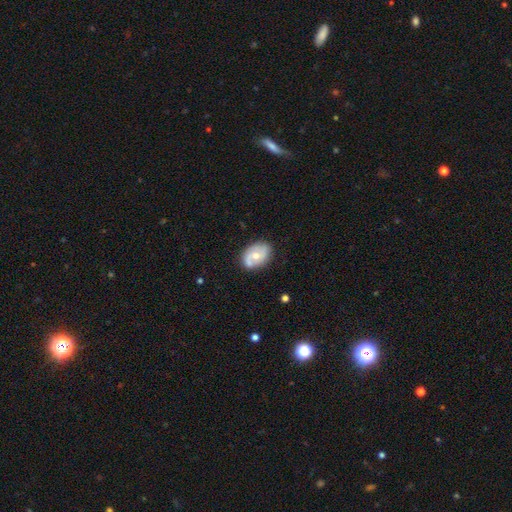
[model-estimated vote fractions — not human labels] Smooth or featured? Predicted: featured or disk (p=0.62). Edge-on disk? Predicted: no (p=0.96). Bar? Predicted: no (p=0.64). Spiral arms? Predicted: yes (p=0.79). Bulge size? Predicted: moderate (p=0.64). Merging? Predicted: none (p=0.74).